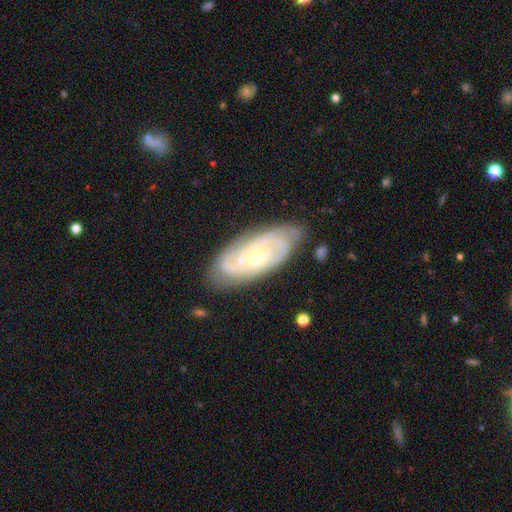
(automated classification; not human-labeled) A featured or disk galaxy (81%) with no bar (74%), tight (66%) spiral arms (93%) and a small central bulge (53%).

Vote fractions:
- Smooth or featured? featured or disk: 81% / smooth: 13% / star or artifact: 6%
- Edge-on disk? no: 93% / yes: 7%
- Bar? no: 74% / weak: 21% / strong: 5%
- Spiral arms? yes: 93% / no: 7%
- Spiral winding? tight: 66% / medium: 28% / loose: 6%
- Spiral arm count? can't tell: 32% / 3: 25% / 2: 23% / 4: 11% / more than 4: 4% / 1: 4%
- Bulge size? small: 53% / moderate: 44% / large: 1% / none: 1% / dominant: 1%
- Merging? none: 76% / minor disturbance: 18% / major disturbance: 4% / merger: 2%